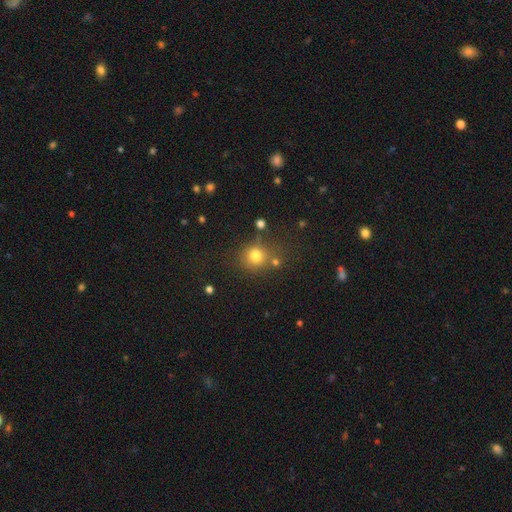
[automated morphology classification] The model was most divided on "merging": none: 70%, minor disturbance: 13%, merger: 12%, major disturbance: 6%. More confident: how rounded — round (84%); smooth or featured — smooth (77%).